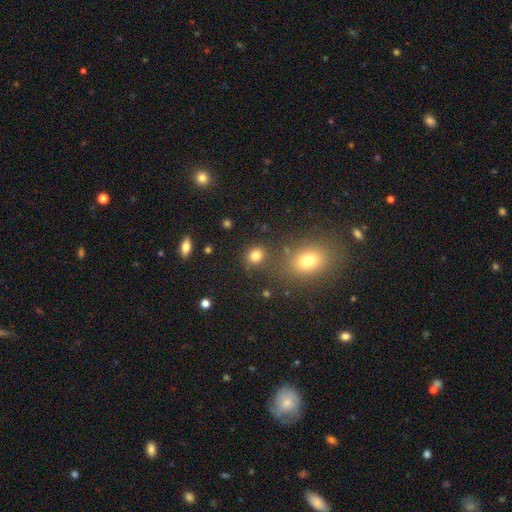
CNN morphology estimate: Smooth or featured?
  - smooth: 79% *
  - star or artifact: 15%
  - featured or disk: 6%
How rounded?
  - round: 73% *
  - in between: 26%
  - cigar-shaped: 1%
Merging?
  - none: 78% *
  - minor disturbance: 10%
  - merger: 8%
  - major disturbance: 4%